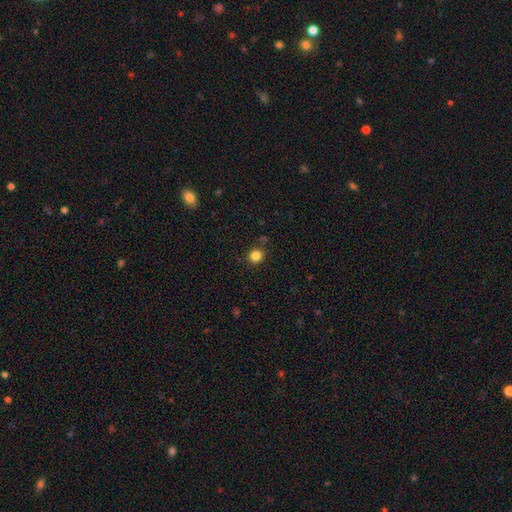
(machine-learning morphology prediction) Overall: smooth (83%). How rounded: round (87%). Merging: none (87%).